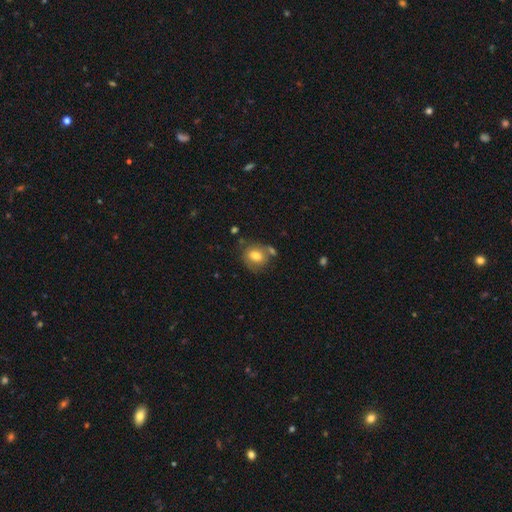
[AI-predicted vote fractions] Smooth or featured? smooth (72%)
How rounded? round (62%)
Merging? none (60%)